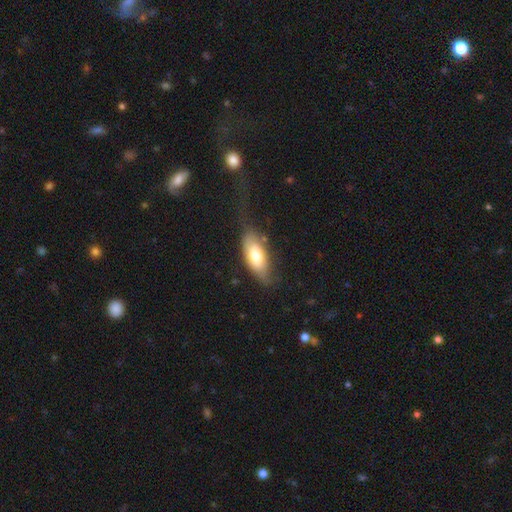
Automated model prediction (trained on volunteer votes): A smooth galaxy with no disk features (71%) that is in between round and cigar-shaped (85%).

Vote fractions:
- Smooth or featured? smooth: 71% / featured or disk: 23% / star or artifact: 6%
- How rounded? in between: 85% / cigar-shaped: 12% / round: 2%
- Merging? none: 53% / minor disturbance: 28% / major disturbance: 15% / merger: 3%